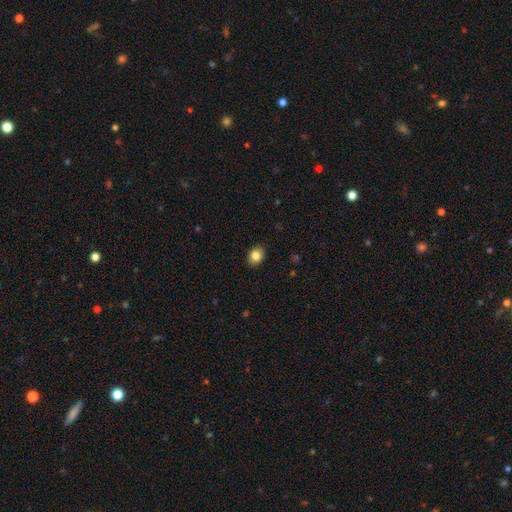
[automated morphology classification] smooth 85%, star or artifact 9%, featured or disk 6%. Down the decision tree: how rounded — in between (52%); merging — none (89%).